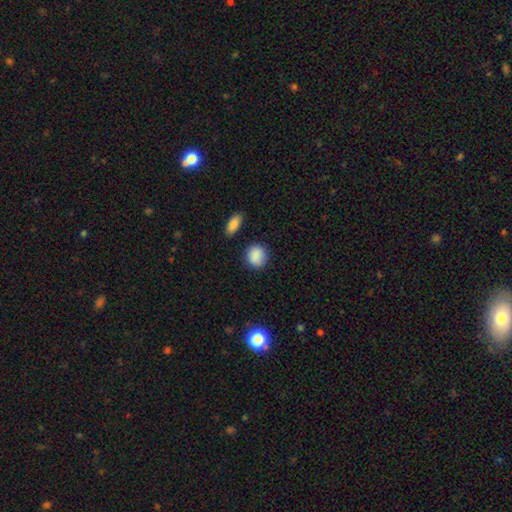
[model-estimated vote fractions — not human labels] Morphology: type=smooth (87%); roundness=round (78%); merging=none (82%).